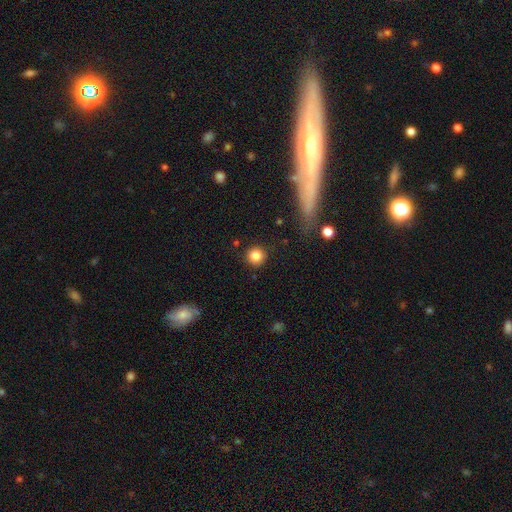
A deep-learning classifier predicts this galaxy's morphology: This appears to be a smooth galaxy with no disk features (84%) that is round (94%). Merging: none (89%).